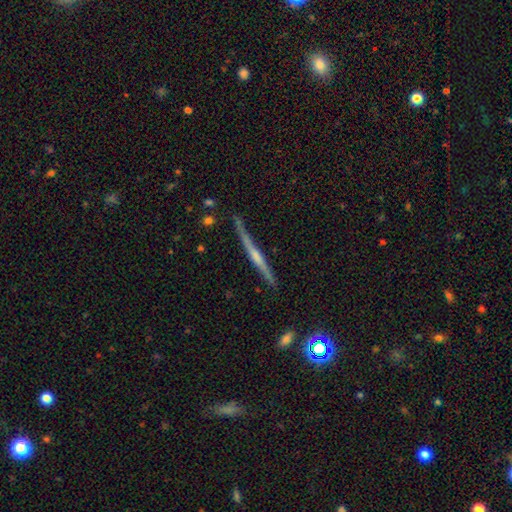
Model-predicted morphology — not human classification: Smooth or featured?
  - featured or disk: 72% *
  - smooth: 21%
  - star or artifact: 7%
Edge-on disk?
  - yes: 97% *
  - no: 3%
Edge-on bulge?
  - rounded: 47% *
  - none: 39%
  - boxy: 14%
Merging?
  - none: 83% *
  - minor disturbance: 13%
  - major disturbance: 2%
  - merger: 2%